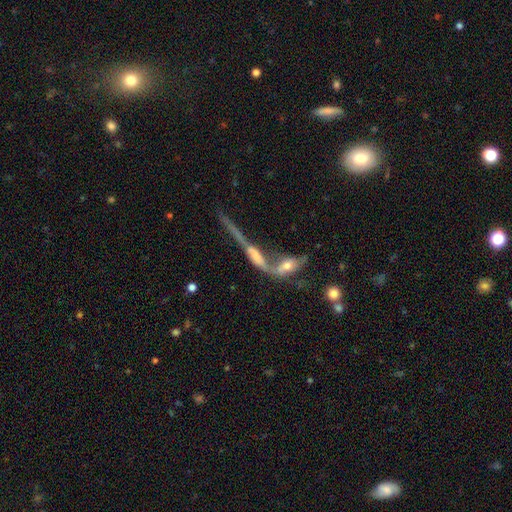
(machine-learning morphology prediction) Smooth or featured? featured or disk (54%)
Edge-on disk? no (51%)
Merging? merger (70%)